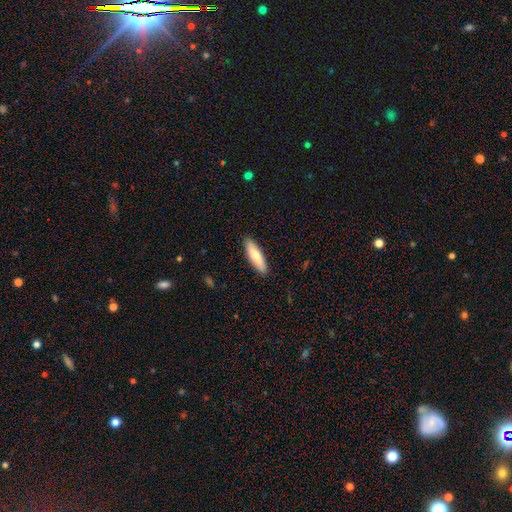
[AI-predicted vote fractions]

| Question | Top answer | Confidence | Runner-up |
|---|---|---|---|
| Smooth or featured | smooth | 74% | featured or disk (21%) |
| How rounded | cigar-shaped | 64% | in between (35%) |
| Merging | none | 90% | minor disturbance (8%) |